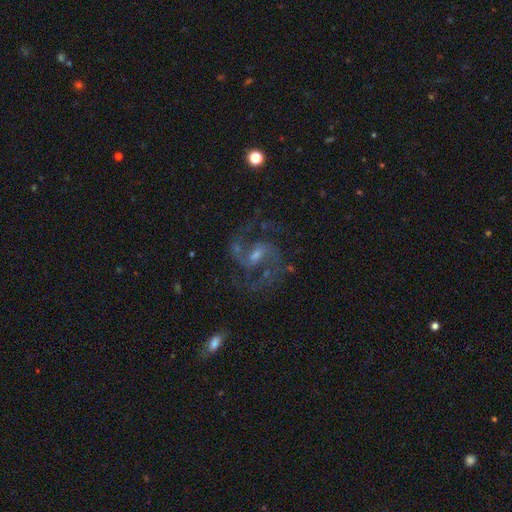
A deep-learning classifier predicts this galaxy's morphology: Q: Smooth or featured?
A: featured or disk (87%); runner-up: star or artifact (9%)
Q: Edge-on disk?
A: no (97%); runner-up: yes (3%)
Q: Bar?
A: weak (51%); runner-up: strong (29%)
Q: Spiral arms?
A: yes (97%); runner-up: no (3%)
Q: Spiral winding?
A: medium (62%); runner-up: loose (20%)
Q: Spiral arm count?
A: 2 (88%); runner-up: can't tell (4%)
Q: Bulge size?
A: small (57%); runner-up: moderate (31%)
Q: Merging?
A: none (76%); runner-up: minor disturbance (12%)